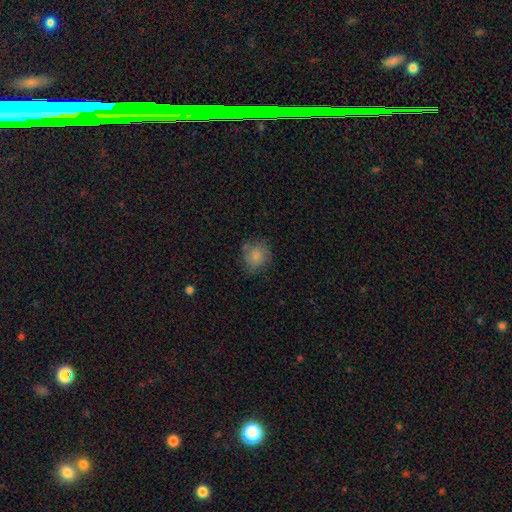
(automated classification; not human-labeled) A smooth galaxy with no disk features (82%) that is round (83%).

Vote fractions:
- Smooth or featured? smooth: 82% / featured or disk: 10% / star or artifact: 9%
- How rounded? round: 83% / in between: 16% / cigar-shaped: 1%
- Merging? none: 73% / minor disturbance: 19% / major disturbance: 6% / merger: 2%